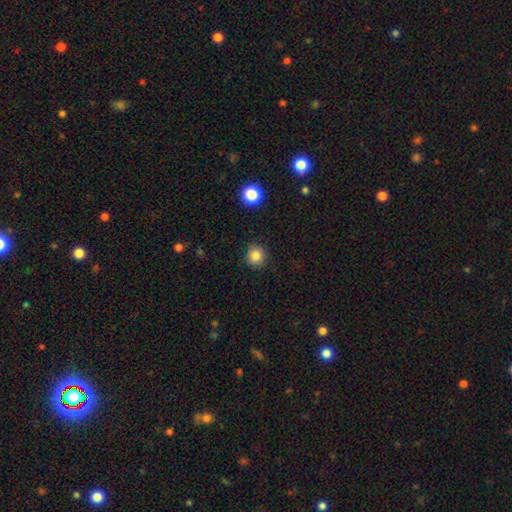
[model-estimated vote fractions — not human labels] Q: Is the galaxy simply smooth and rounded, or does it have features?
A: smooth — 83%.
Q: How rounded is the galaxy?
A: round — 93%.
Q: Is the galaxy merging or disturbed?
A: none — 90%.